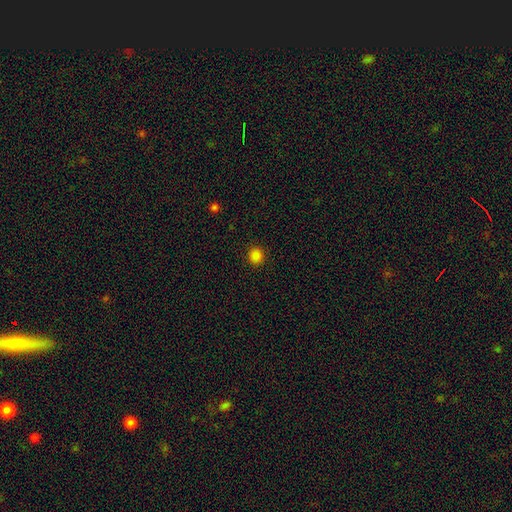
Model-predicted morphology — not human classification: A smooth galaxy with no disk features (84%) that is round (90%). Merging: none (92%).